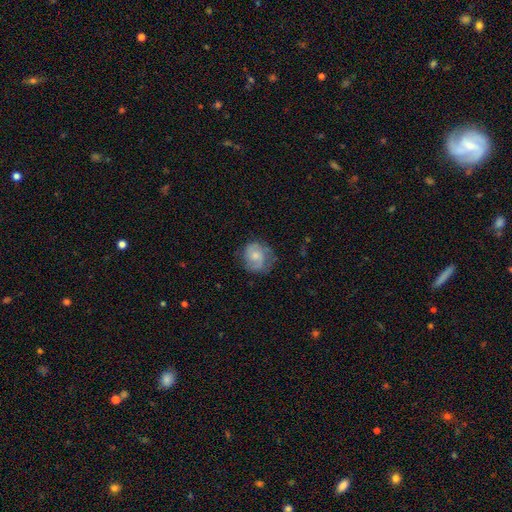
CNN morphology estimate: Smooth or featured? Predicted: featured or disk (p=0.48). Merging? Predicted: none (p=0.64).